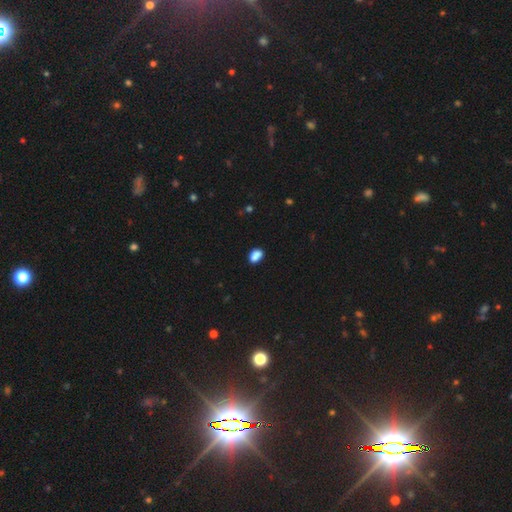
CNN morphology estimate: smooth-or-featured: smooth: 84% | star or artifact: 10% | featured or disk: 5%
  how-rounded: in between: 82% | round: 16% | cigar-shaped: 2%
  merging: none: 69% | minor disturbance: 19% | merger: 8% | major disturbance: 4%